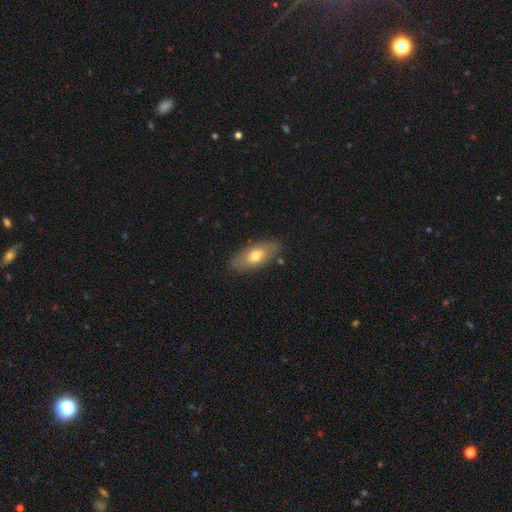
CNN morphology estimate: type=smooth (65%); roundness=in between (87%); merging=none (82%).